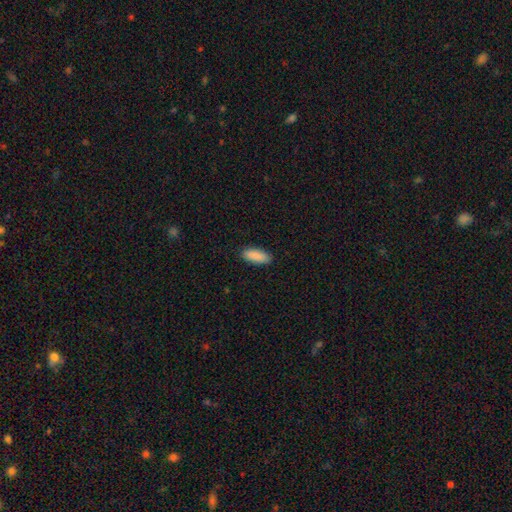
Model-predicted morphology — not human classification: type=smooth (90%); roundness=in between (79%); merging=none (89%).